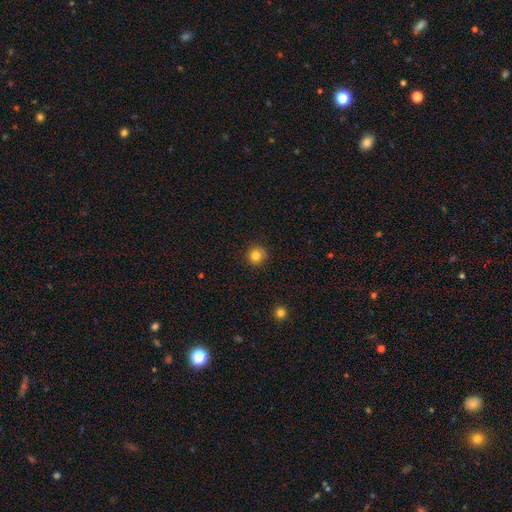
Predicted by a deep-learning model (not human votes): Smooth or featured?
  - smooth: 81% *
  - star or artifact: 12%
  - featured or disk: 6%
How rounded?
  - round: 91% *
  - in between: 8%
  - cigar-shaped: 1%
Merging?
  - none: 80% *
  - minor disturbance: 14%
  - major disturbance: 3%
  - merger: 2%